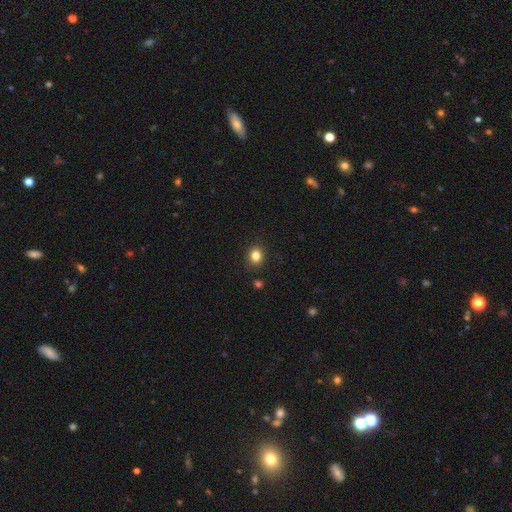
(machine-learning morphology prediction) smooth-or-featured: smooth: 83% | star or artifact: 12% | featured or disk: 5%
  how-rounded: round: 66% | in between: 33% | cigar-shaped: 1%
  merging: none: 88% | minor disturbance: 8% | major disturbance: 2% | merger: 2%